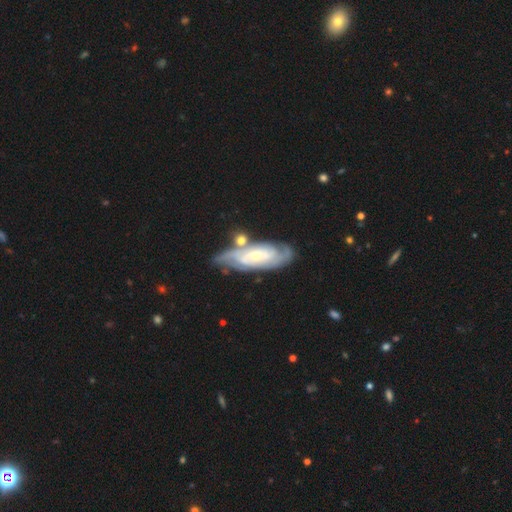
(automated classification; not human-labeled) Overall: featured or disk (83%). Edge-on disk: no (89%). Bar: no (58%; weak 31%). Spiral arms: yes (94%). Spiral arm count: 2 (37%, tied with can't tell). Spiral winding: tight (68%). Bulge size: small (55%; moderate 40%). Merging: none (65%).